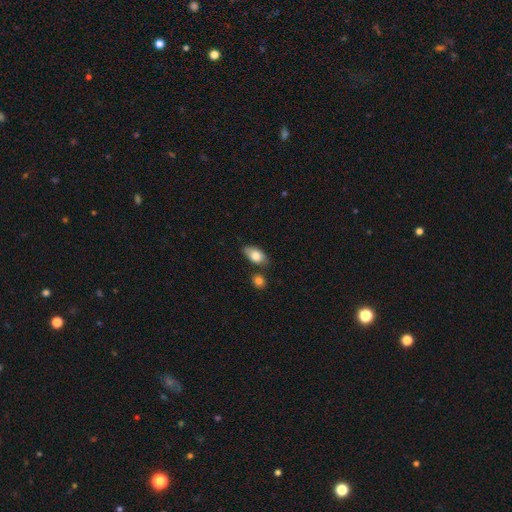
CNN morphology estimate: Smooth or featured?
  - smooth: 81% *
  - featured or disk: 13%
  - star or artifact: 7%
How rounded?
  - in between: 90% *
  - round: 6%
  - cigar-shaped: 4%
Merging?
  - none: 69% *
  - minor disturbance: 18%
  - merger: 10%
  - major disturbance: 4%